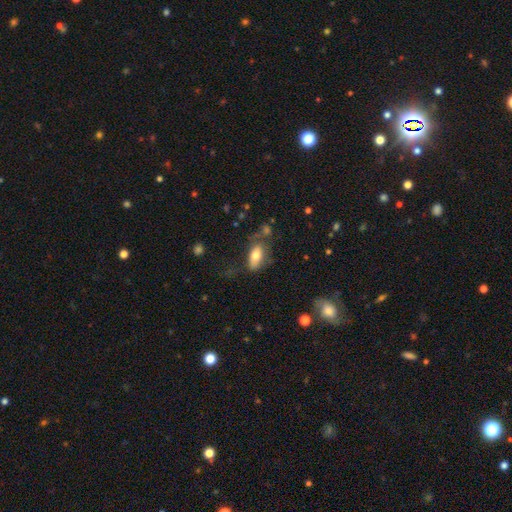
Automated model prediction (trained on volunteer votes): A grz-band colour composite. It shows a smooth galaxy with no disk features (75%) that is in between round and cigar-shaped (89%). Merging: none (57%).